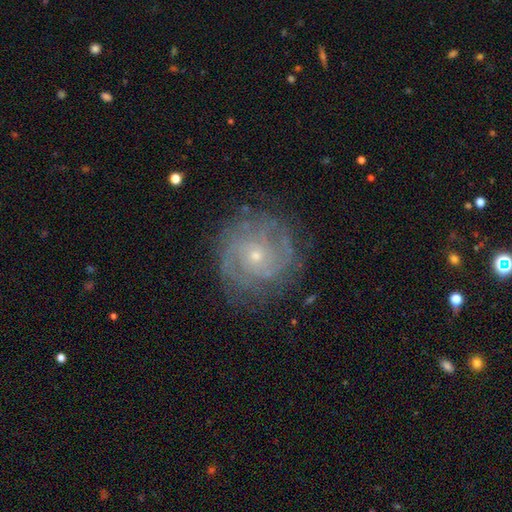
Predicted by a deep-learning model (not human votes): Smooth or featured? featured or disk (77%)
Edge-on disk? no (97%)
Bar? no (76%)
Spiral arms? yes (93%)
Spiral winding? tight (68%)
Spiral arm count? can't tell (35%)
Bulge size? small (75%)
Merging? none (82%)